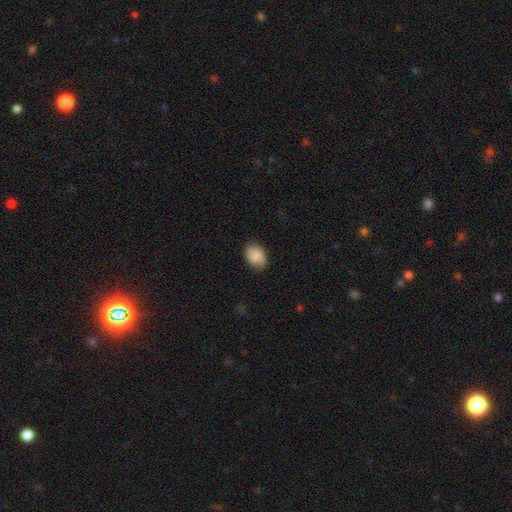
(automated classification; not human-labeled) Overall: smooth (89%). How rounded: in between (82%). Merging: none (82%).